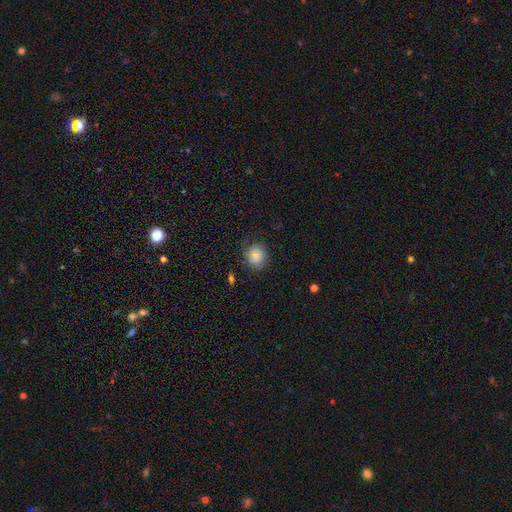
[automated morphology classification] The model was most divided on "smooth or featured": smooth: 66%, featured or disk: 18%, star or artifact: 15%. More confident: how rounded — round (87%); merging — none (81%).